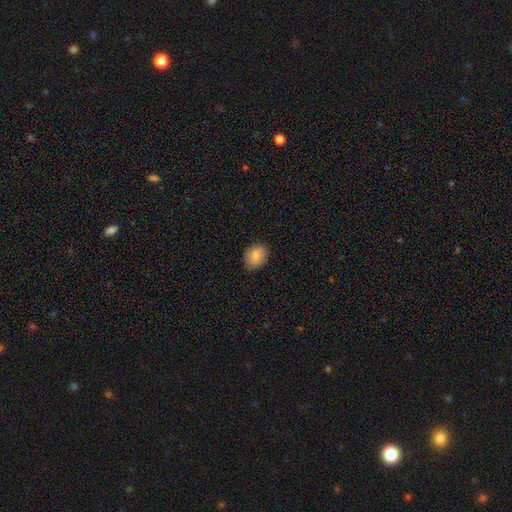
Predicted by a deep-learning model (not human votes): Smooth or featured: smooth — 82% (featured or disk — 11%)
How rounded: in between — 51% (round — 48%)
Merging: none — 86% (minor disturbance — 11%)